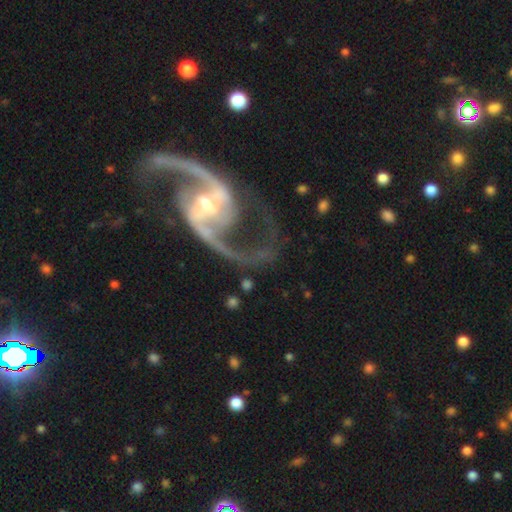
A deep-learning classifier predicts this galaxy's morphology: Overall: featured or disk (94%). Edge-on disk: no (98%). Bar: weak (39%; strong 38%). Spiral arms: yes (98%). Spiral arm count: 2 (95%). Spiral winding: medium (47%; loose 45%). Bulge size: small (46%, tied with moderate). Merging: none (78%).